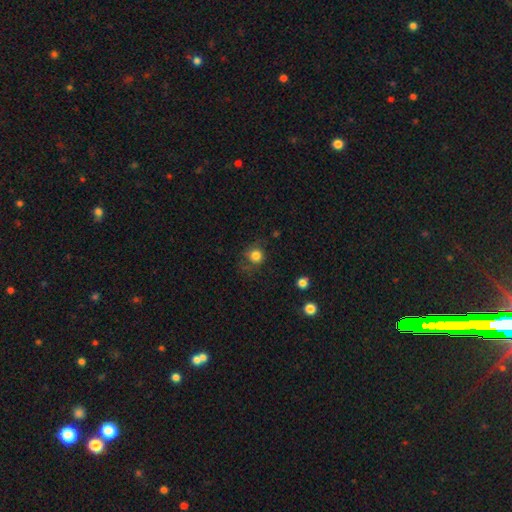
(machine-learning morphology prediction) The model was most divided on "merging": none: 64%, minor disturbance: 21%, major disturbance: 13%, merger: 2%. More confident: how rounded — round (86%); smooth or featured — smooth (81%).